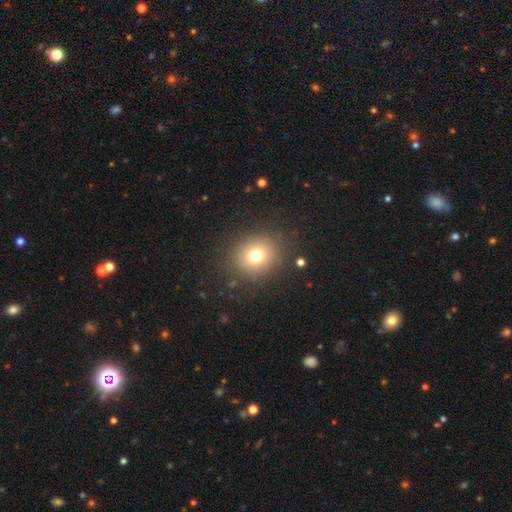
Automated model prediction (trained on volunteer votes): A smooth galaxy with no disk features (73%) that is round (79%). Merging: none (86%).